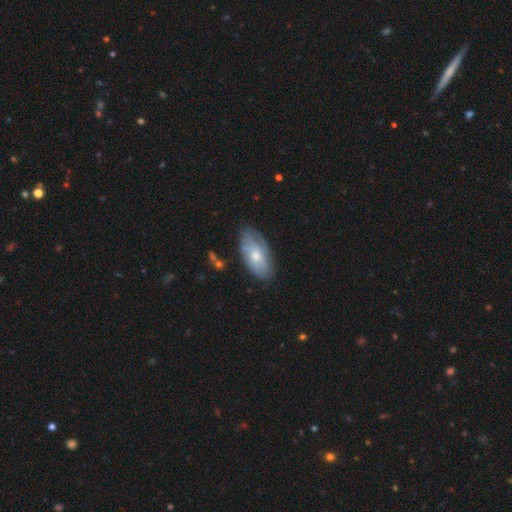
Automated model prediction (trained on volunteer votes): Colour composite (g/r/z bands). It shows a smooth galaxy with no disk features (49%). Merging: none (67%).